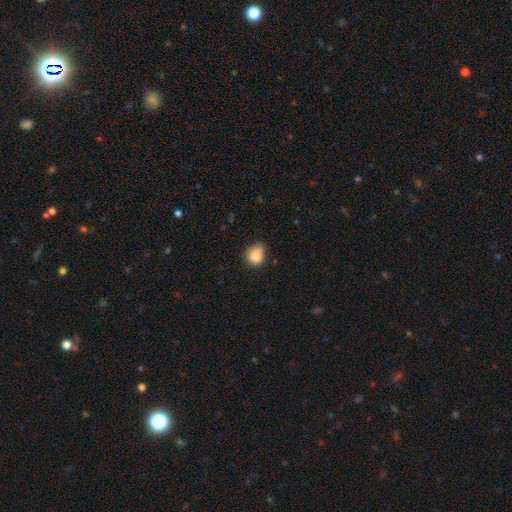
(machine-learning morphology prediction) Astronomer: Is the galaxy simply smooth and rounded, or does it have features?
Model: smooth — 84%.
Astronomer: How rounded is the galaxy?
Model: round — 54% (runner-up: in between, 45%).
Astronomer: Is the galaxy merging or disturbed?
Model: none — 44% (runner-up: minor disturbance, 41%).